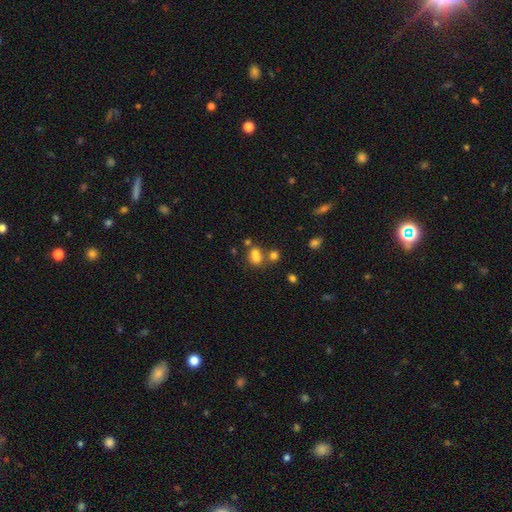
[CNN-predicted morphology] Smooth or featured? Predicted: smooth (p=0.73). How rounded? Predicted: in between (p=0.64). Merging? Predicted: merger (p=0.42).